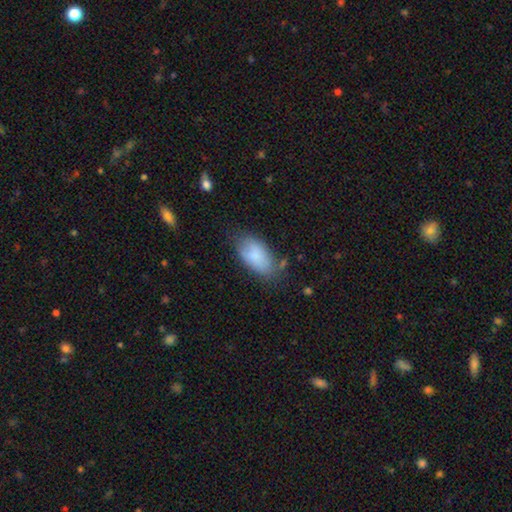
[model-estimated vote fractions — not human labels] A smooth galaxy with no disk features (83%) that is in between round and cigar-shaped (94%). Merging: none (63%).